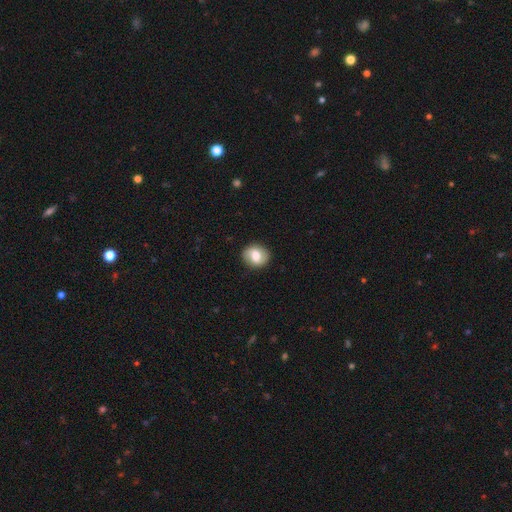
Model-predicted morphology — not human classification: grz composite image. It shows a smooth galaxy with no disk features (59%) that is round (72%). Merging: none (87%).